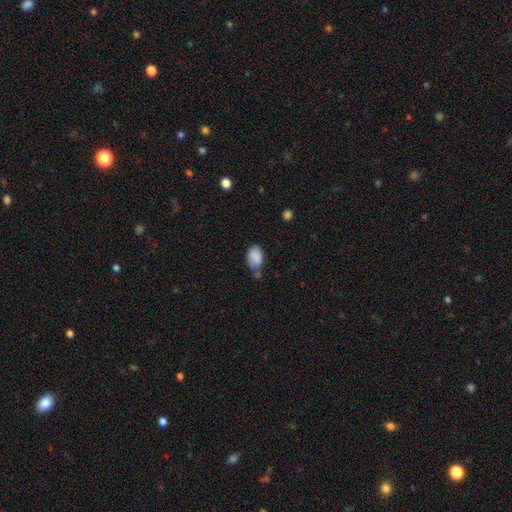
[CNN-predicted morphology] A smooth galaxy with no disk features (84%) that is in between round and cigar-shaped (89%).

Vote fractions:
- Smooth or featured? smooth: 84% / featured or disk: 8% / star or artifact: 8%
- How rounded? in between: 89% / round: 10% / cigar-shaped: 1%
- Merging? none: 42% / minor disturbance: 35% / merger: 12% / major disturbance: 11%